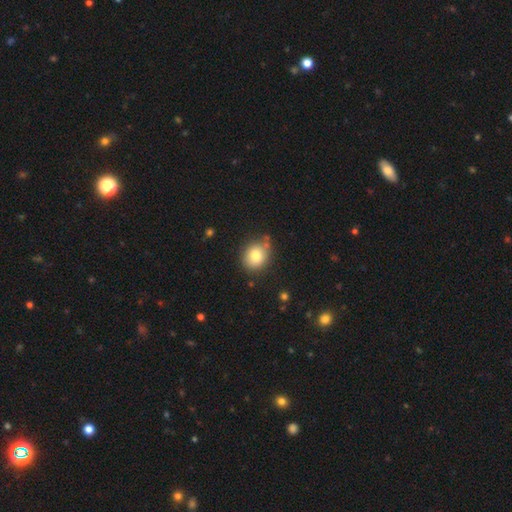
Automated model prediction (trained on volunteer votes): A smooth galaxy with no disk features (79%) that is round (64%).

Vote fractions:
- Smooth or featured? smooth: 79% / featured or disk: 11% / star or artifact: 10%
- How rounded? round: 64% / in between: 35% / cigar-shaped: 1%
- Merging? none: 72% / minor disturbance: 18% / merger: 6% / major disturbance: 4%